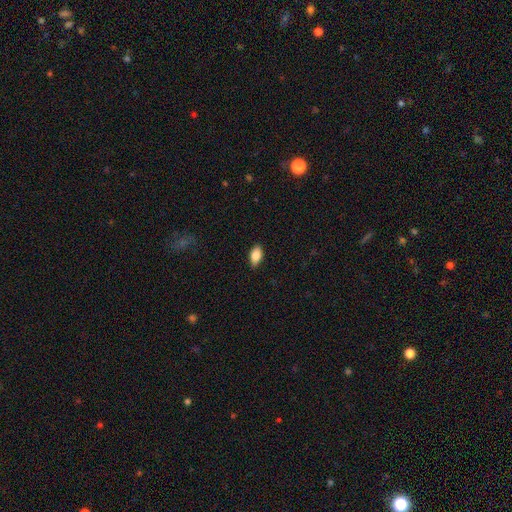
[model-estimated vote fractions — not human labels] Smooth or featured: smooth — 84% (featured or disk — 8%)
How rounded: in between — 90% (cigar-shaped — 5%)
Merging: none — 86% (minor disturbance — 11%)